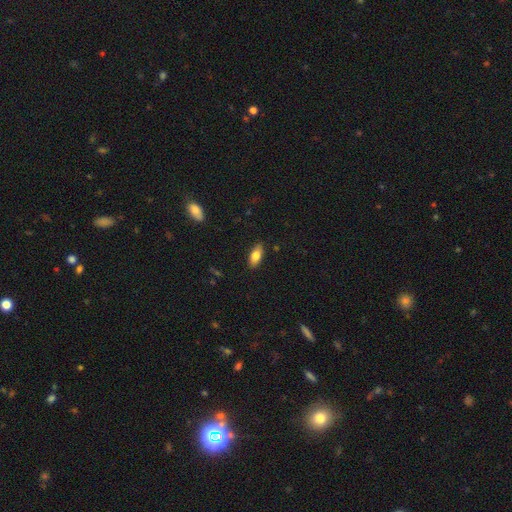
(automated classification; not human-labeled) Smooth or featured? smooth (78%)
How rounded? in between (84%)
Merging? none (87%)